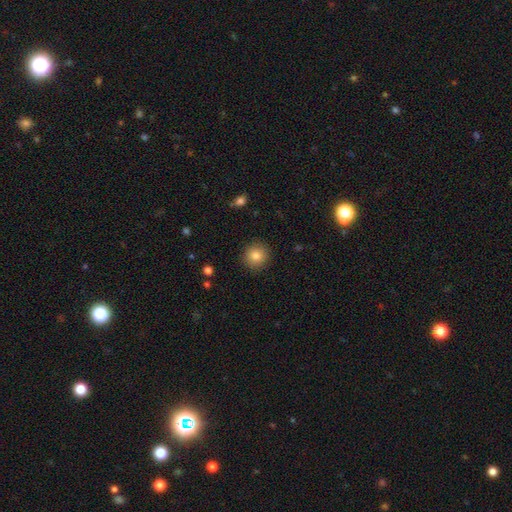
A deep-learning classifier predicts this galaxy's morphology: smooth_or_featured: smooth (p=0.84) [alt: star or artifact p=0.10]
how_rounded: round (p=0.91) [alt: in between p=0.08]
merging: none (p=0.91) [alt: minor disturbance p=0.06]